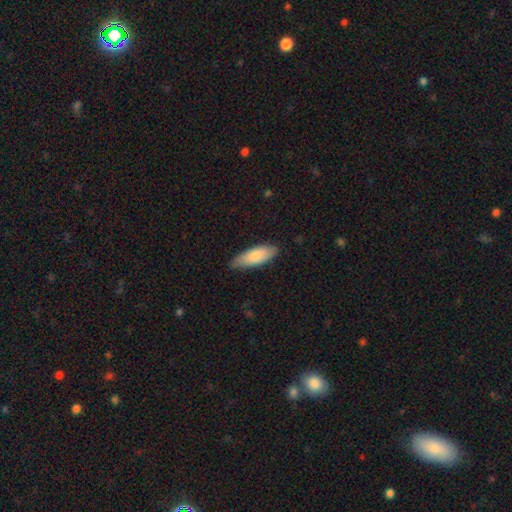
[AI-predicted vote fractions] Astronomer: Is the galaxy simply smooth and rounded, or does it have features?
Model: smooth — 82%.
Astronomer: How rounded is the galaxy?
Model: in between — 63%.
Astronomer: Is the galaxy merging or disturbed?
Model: none — 80%.